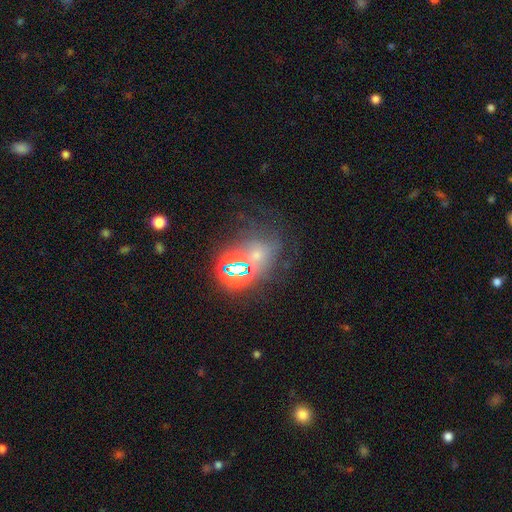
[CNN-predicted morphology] Smooth or featured? Predicted: star or artifact (p=0.56).